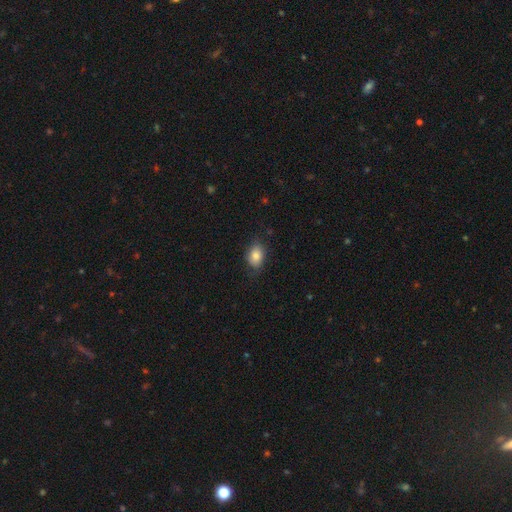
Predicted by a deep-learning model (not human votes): Smooth or featured: smooth — 84% (star or artifact — 8%)
How rounded: in between — 76% (round — 22%)
Merging: none — 76% (minor disturbance — 19%)